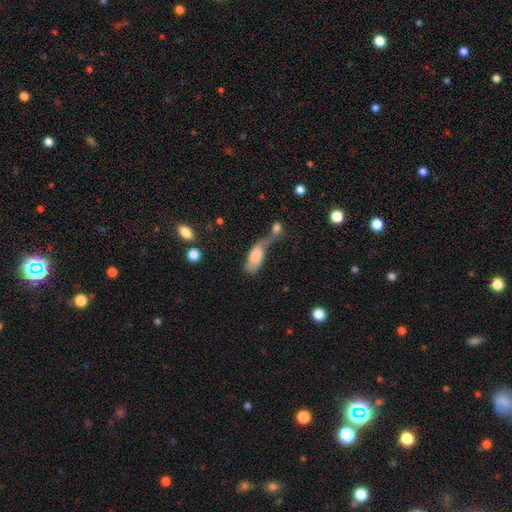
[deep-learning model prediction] smooth-or-featured: smooth: 77% | featured or disk: 16% | star or artifact: 7%
  how-rounded: in between: 86% | cigar-shaped: 11% | round: 3%
  merging: merger: 56% | major disturbance: 19% | none: 13% | minor disturbance: 12%